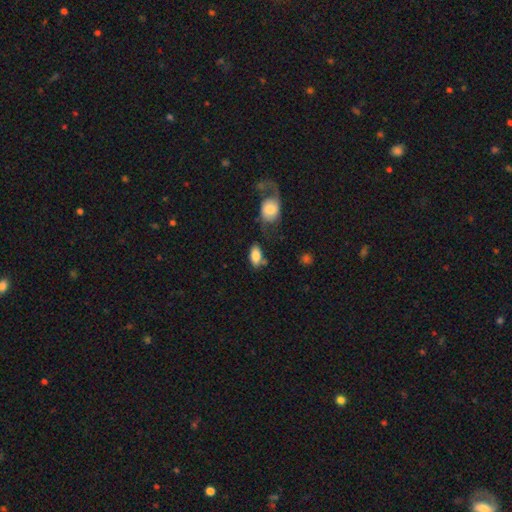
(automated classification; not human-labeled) This appears to be a smooth galaxy with no disk features (82%) that is in between round and cigar-shaped (92%). Merging: none (55%).